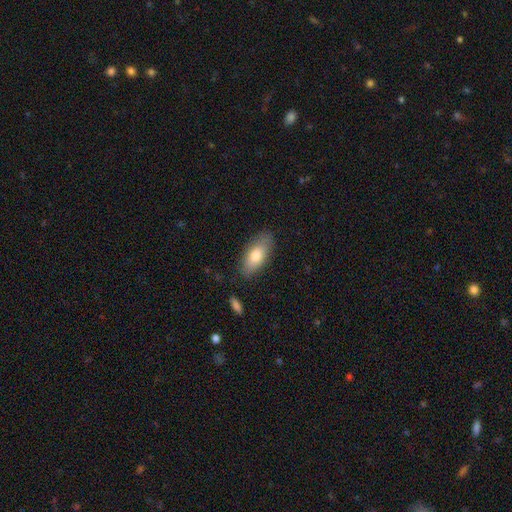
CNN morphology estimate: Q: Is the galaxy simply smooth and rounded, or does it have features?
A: smooth — 77%.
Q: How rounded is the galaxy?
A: in between — 86%.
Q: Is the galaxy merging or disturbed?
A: none — 82%.